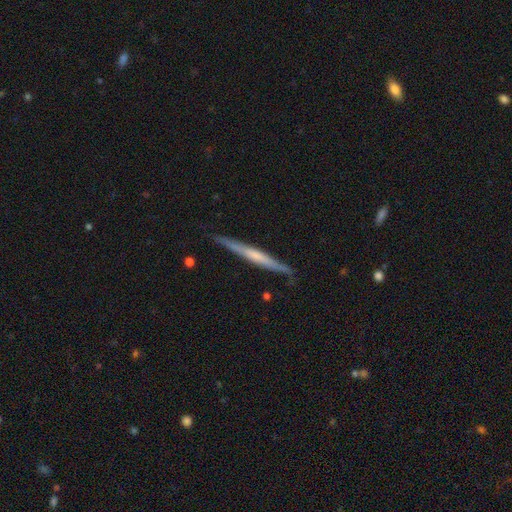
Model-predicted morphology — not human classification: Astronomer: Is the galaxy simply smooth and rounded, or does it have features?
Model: featured or disk — 58% (runner-up: smooth, 37%).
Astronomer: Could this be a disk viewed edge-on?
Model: yes — 96%.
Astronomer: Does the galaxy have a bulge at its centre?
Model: none — 59%.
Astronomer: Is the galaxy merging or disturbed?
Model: none — 86%.